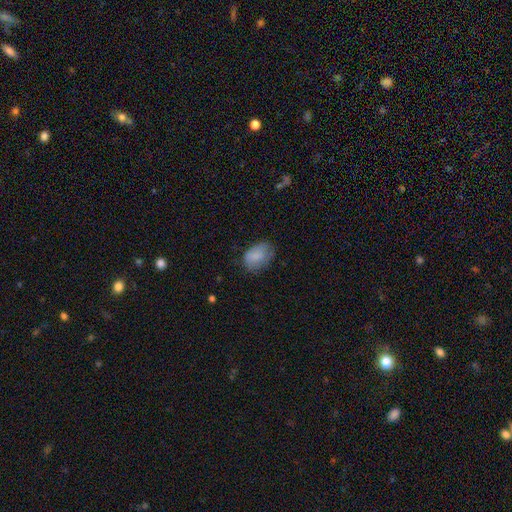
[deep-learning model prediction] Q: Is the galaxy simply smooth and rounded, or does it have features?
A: smooth — 81%.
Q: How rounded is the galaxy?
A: in between — 82%.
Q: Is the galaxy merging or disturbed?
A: none — 61%.